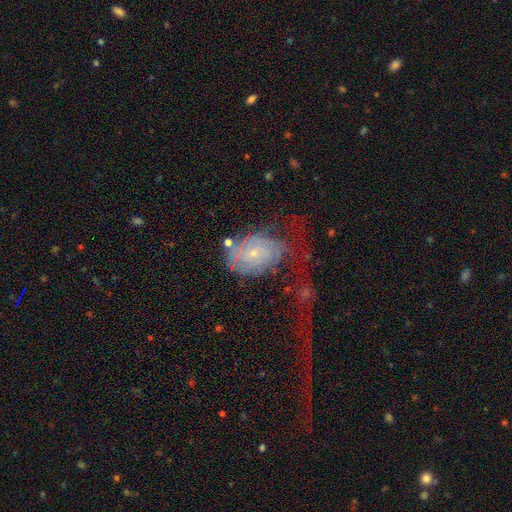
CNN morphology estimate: type=featured or disk (50%); edge-on=no (93%); merging=major disturbance (48%).